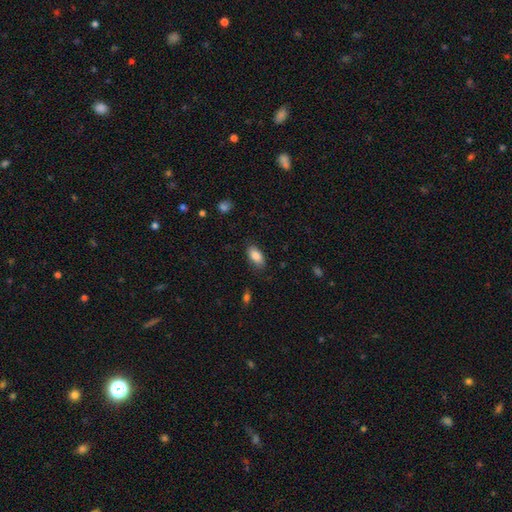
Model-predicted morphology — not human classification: A smooth galaxy with no disk features (86%) that is in between round and cigar-shaped (92%).

Vote fractions:
- Smooth or featured? smooth: 86% / featured or disk: 7% / star or artifact: 7%
- How rounded? in between: 92% / cigar-shaped: 5% / round: 4%
- Merging? none: 83% / minor disturbance: 12% / major disturbance: 3% / merger: 1%